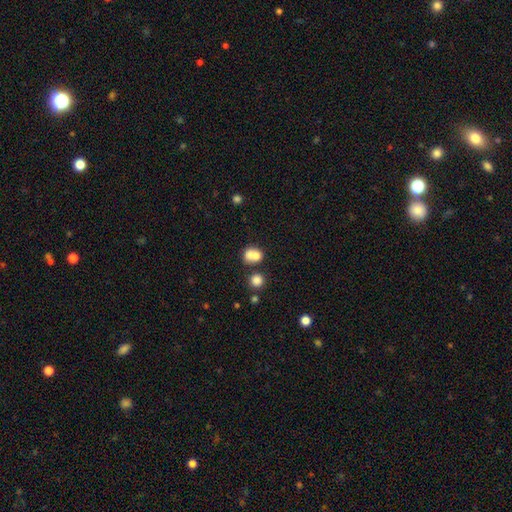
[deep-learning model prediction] A smooth galaxy with no disk features (74%) that is round (68%).

Vote fractions:
- Smooth or featured? smooth: 74% / featured or disk: 16% / star or artifact: 11%
- How rounded? round: 68% / in between: 31% / cigar-shaped: 1%
- Merging? merger: 57% / none: 32% / minor disturbance: 7% / major disturbance: 4%